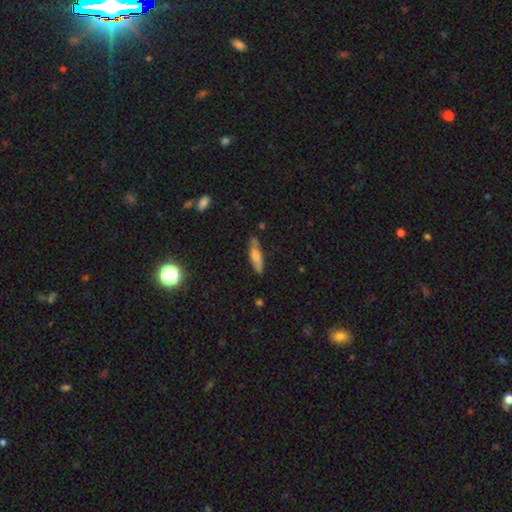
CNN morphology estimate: type=smooth (62%); roundness=cigar-shaped (69%); merging=none (76%).